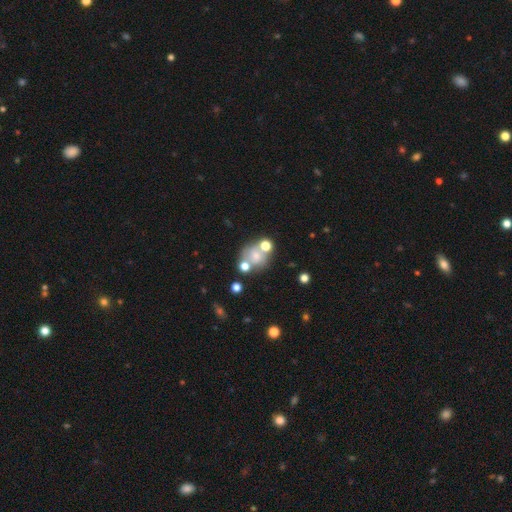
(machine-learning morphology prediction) This is possibly a smooth galaxy (55%). How rounded: likely round (65%). Merging: marginally none (43%).